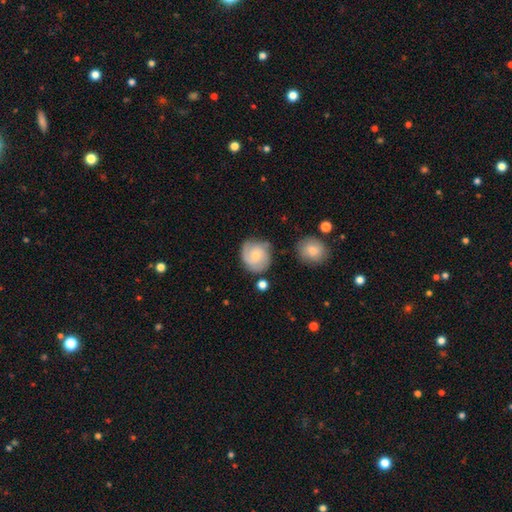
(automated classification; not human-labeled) A featured or disk galaxy (50%). Merging: none (67%).